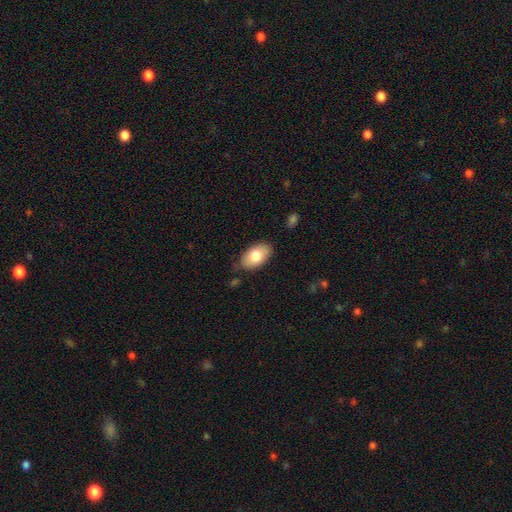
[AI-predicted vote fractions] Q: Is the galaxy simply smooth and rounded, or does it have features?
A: smooth — 79%.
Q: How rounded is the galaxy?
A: in between — 94%.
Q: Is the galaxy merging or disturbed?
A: none — 79%.